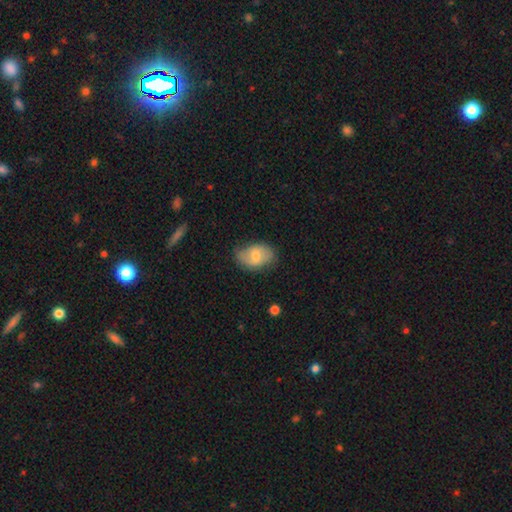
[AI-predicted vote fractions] This appears to be a smooth galaxy with no disk features (59%) that is in between round and cigar-shaped (86%). Merging: none (67%).